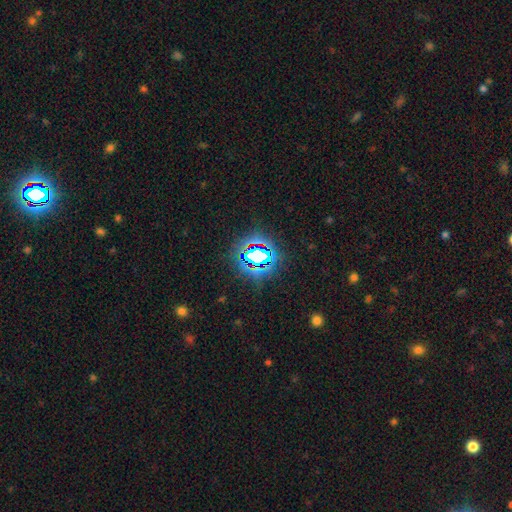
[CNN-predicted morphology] type=star or artifact (72%).